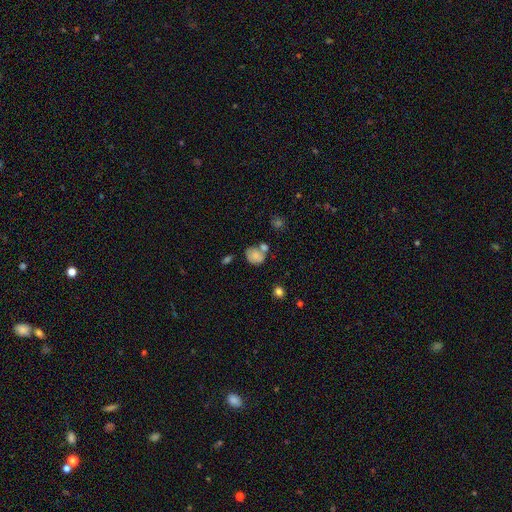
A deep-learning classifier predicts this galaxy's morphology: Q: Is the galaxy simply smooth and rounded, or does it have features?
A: smooth — 67%.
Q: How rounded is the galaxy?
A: round — 59%.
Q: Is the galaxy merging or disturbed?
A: none — 42%.